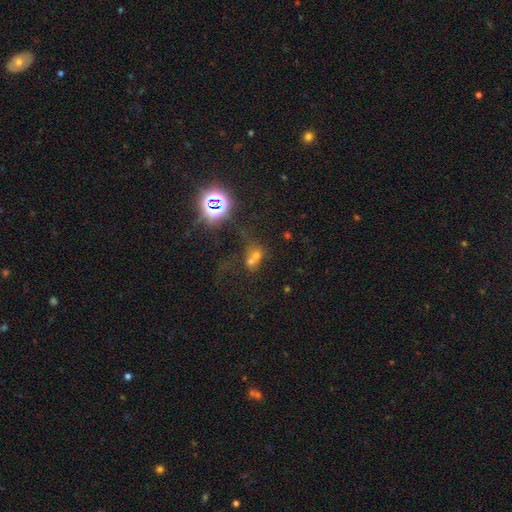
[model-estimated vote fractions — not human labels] Smooth or featured? smooth (44%)
Merging? merger (57%)